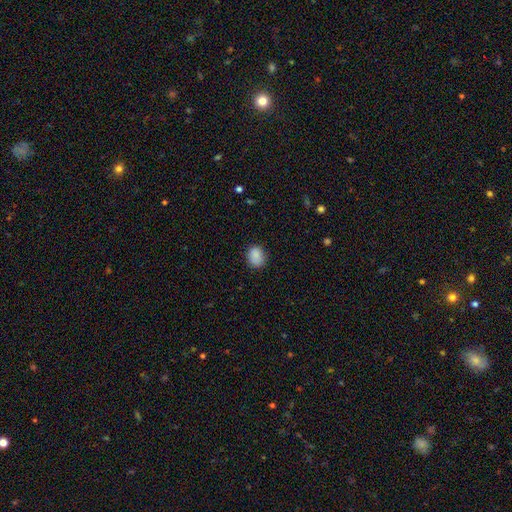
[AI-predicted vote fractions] The model was most divided on "how rounded": round: 57%, in between: 42%, cigar-shaped: 1%. More confident: smooth or featured — smooth (88%); merging — none (81%).